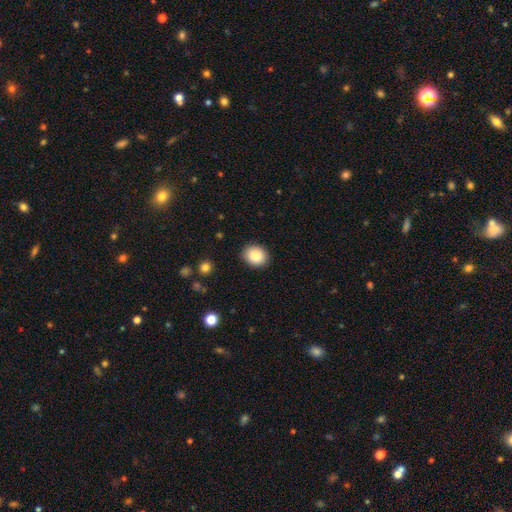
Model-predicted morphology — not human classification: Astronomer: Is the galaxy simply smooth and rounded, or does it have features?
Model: smooth — 86%.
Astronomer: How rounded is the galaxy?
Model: round — 58% (runner-up: in between, 41%).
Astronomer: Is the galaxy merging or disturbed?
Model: none — 89%.